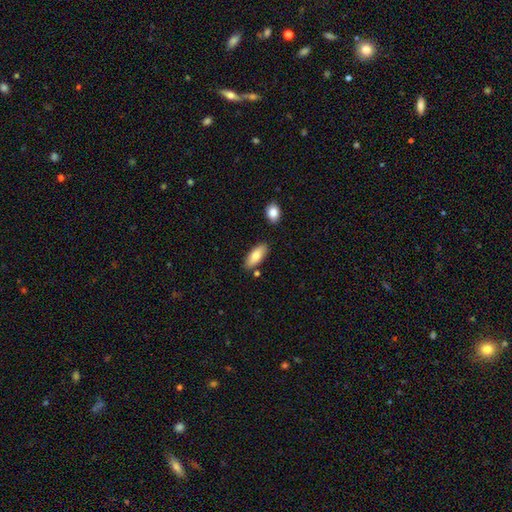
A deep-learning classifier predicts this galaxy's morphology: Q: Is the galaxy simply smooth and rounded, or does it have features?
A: smooth — 79%.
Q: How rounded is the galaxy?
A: in between — 81%.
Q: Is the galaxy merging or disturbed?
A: none — 82%.